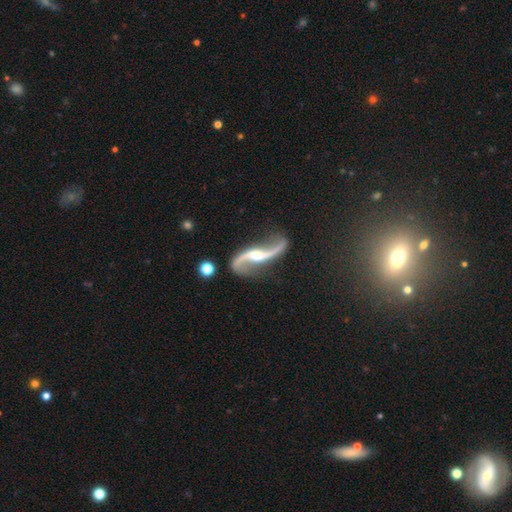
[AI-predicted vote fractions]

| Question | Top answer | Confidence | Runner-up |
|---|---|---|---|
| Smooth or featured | featured or disk | 93% | star or artifact (4%) |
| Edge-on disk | no | 94% | yes (6%) |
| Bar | no | 39% | weak (34%) |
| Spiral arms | yes | 98% | no (2%) |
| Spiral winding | loose | 89% | medium (8%) |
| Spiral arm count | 2 | 95% | 1 (1%) |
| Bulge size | moderate | 53% | small (34%) |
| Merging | none | 77% | minor disturbance (13%) |